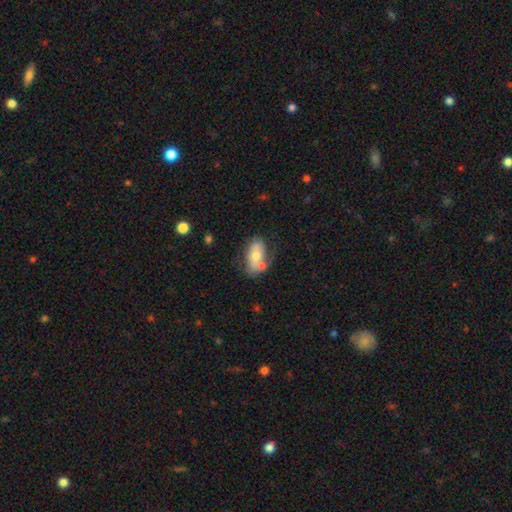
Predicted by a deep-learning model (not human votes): The model was most divided on "merging": none: 47%, minor disturbance: 22%, merger: 21%, major disturbance: 10%. More confident: how rounded — in between (90%); smooth or featured — smooth (60%).